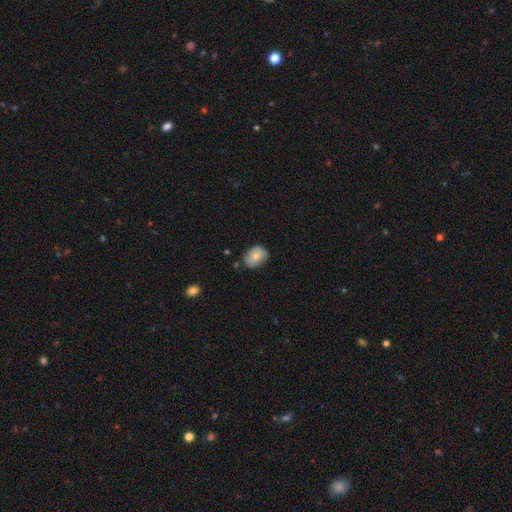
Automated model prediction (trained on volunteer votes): smooth-or-featured: smooth: 80% | featured or disk: 13% | star or artifact: 7%
  how-rounded: in between: 73% | round: 26% | cigar-shaped: 1%
  merging: none: 72% | minor disturbance: 22% | major disturbance: 3% | merger: 3%